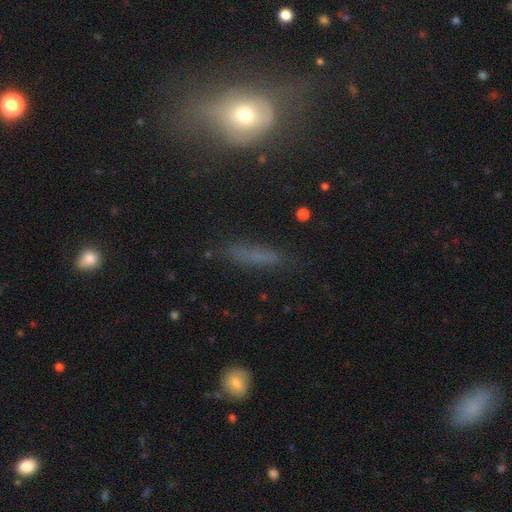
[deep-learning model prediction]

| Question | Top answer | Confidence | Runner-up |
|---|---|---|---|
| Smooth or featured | smooth | 53% | featured or disk (28%) |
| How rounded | cigar-shaped | 73% | in between (21%) |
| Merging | none | 72% | minor disturbance (16%) |